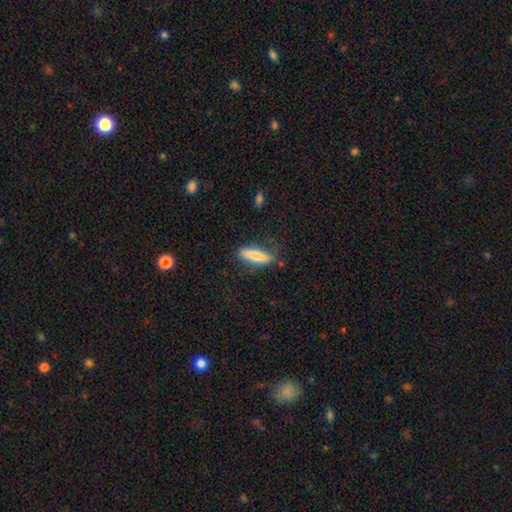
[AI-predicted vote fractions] Smooth or featured?
  - smooth: 74% *
  - featured or disk: 20%
  - star or artifact: 6%
How rounded?
  - cigar-shaped: 69% *
  - in between: 30%
  - round: 2%
Merging?
  - none: 74% *
  - minor disturbance: 18%
  - major disturbance: 6%
  - merger: 2%